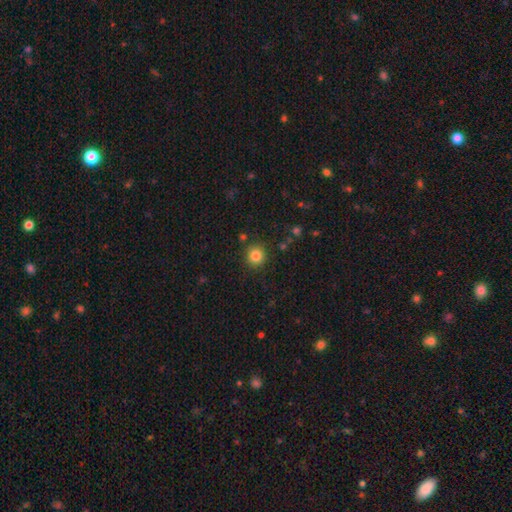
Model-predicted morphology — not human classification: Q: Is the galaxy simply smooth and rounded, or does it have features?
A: smooth — 83%.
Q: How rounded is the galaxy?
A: round — 93%.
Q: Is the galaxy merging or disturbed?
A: none — 88%.